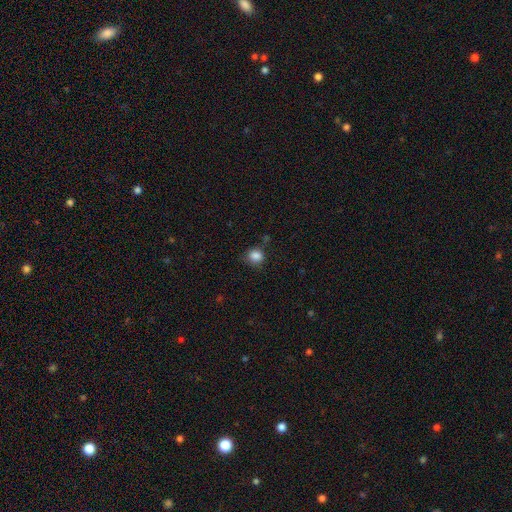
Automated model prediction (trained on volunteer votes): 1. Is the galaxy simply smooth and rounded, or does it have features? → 85% smooth, 10% star or artifact, 4% featured or disk.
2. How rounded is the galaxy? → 80% round, 19% in between, 1% cigar-shaped.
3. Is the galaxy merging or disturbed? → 74% none, 18% minor disturbance, 5% major disturbance, 4% merger.